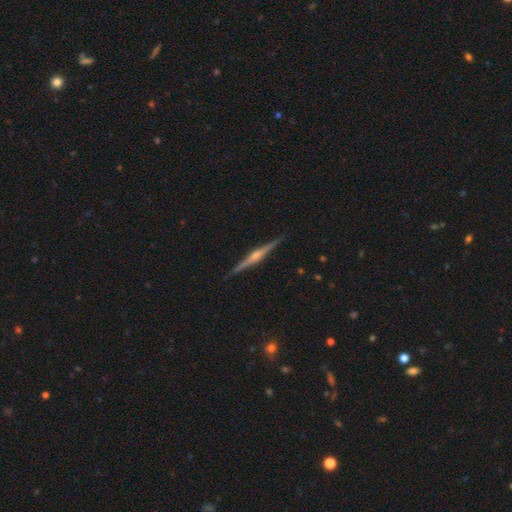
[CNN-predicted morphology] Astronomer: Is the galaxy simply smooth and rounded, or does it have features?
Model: featured or disk — 84%.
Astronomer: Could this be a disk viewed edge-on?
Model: yes — 99%.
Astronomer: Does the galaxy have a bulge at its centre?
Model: rounded — 84%.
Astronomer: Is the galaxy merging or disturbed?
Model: none — 91%.